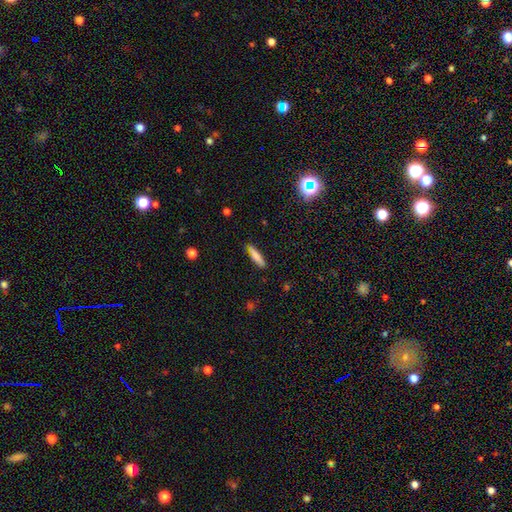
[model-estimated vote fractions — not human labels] smooth_or_featured: smooth (p=0.78) [alt: featured or disk p=0.15]
how_rounded: cigar-shaped (p=0.84) [alt: in between p=0.14]
merging: none (p=0.86) [alt: minor disturbance p=0.10]